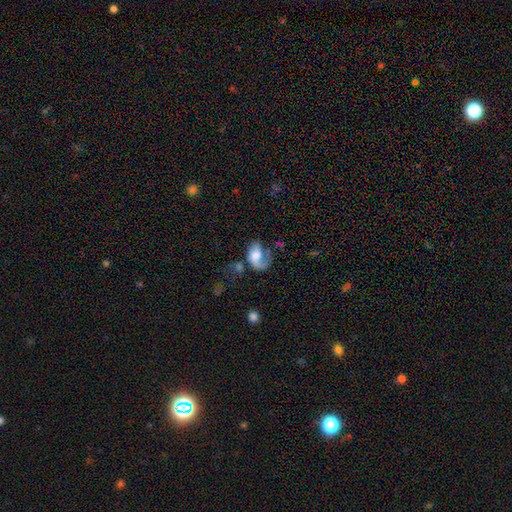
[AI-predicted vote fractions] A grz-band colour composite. It shows a featured or disk galaxy (55%) with no bar (69%), spiral arms (81%) and a moderate central bulge (40%). Merging: major disturbance (42%).